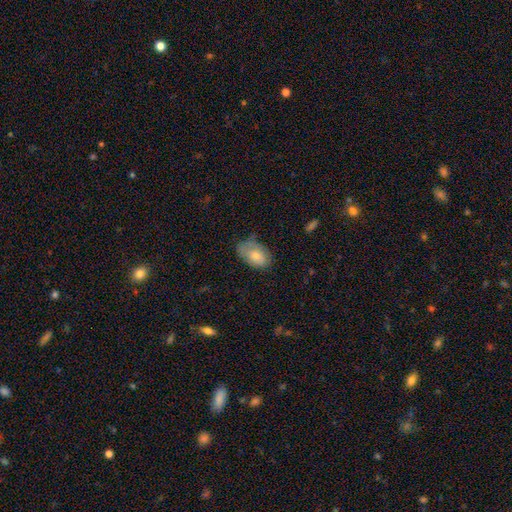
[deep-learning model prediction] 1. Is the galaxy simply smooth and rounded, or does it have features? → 73% smooth, 19% featured or disk, 8% star or artifact.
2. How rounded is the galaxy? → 91% in between, 7% round, 2% cigar-shaped.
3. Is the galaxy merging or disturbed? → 57% none, 32% minor disturbance, 9% major disturbance, 2% merger.